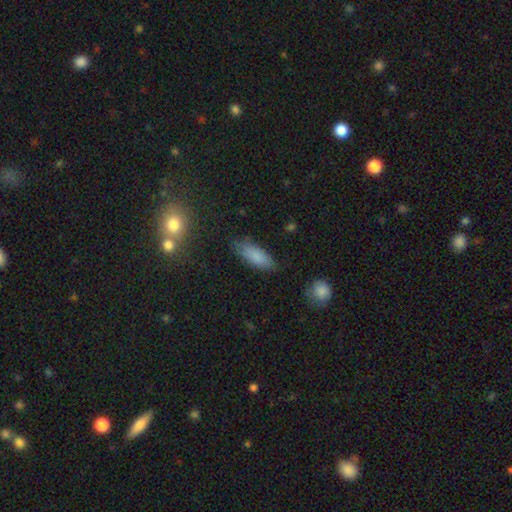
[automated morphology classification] smooth-or-featured: smooth: 83% | featured or disk: 9% | star or artifact: 8%
  how-rounded: in between: 68% | cigar-shaped: 30% | round: 2%
  merging: none: 76% | minor disturbance: 18% | major disturbance: 4% | merger: 2%